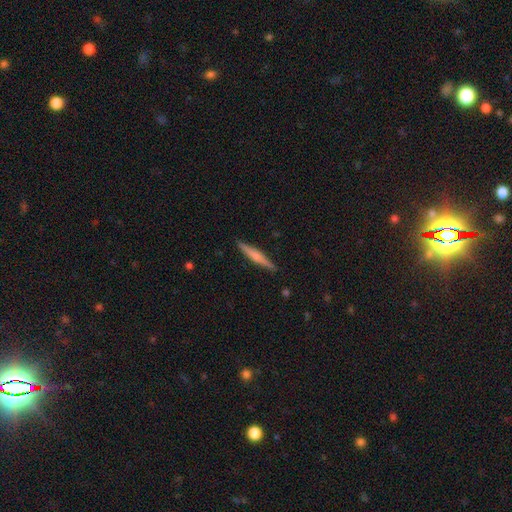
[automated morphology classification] A smooth galaxy with no disk features (49%).

Vote fractions:
- Smooth or featured? smooth: 49% / featured or disk: 46% / star or artifact: 5%
- Merging? none: 91% / minor disturbance: 7% / major disturbance: 1% / merger: 1%